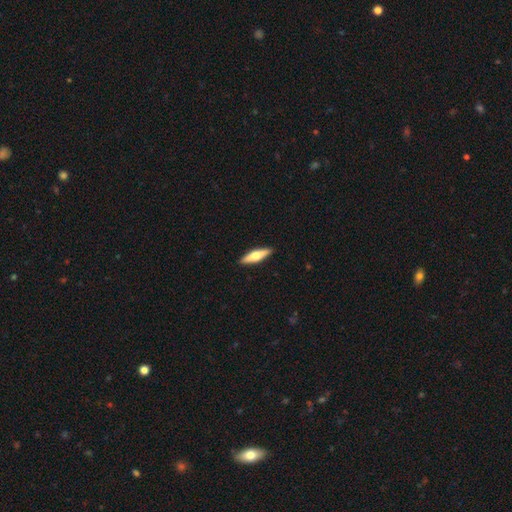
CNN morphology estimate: A featured or disk galaxy (48%).

Vote fractions:
- Smooth or featured? featured or disk: 48% / smooth: 46% / star or artifact: 5%
- Merging? none: 91% / minor disturbance: 7% / major disturbance: 1% / merger: 1%